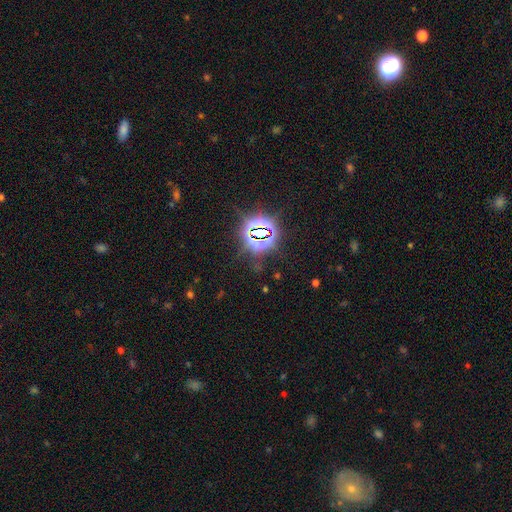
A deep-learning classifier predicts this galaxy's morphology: Smooth or featured? Predicted: star or artifact (p=0.82).